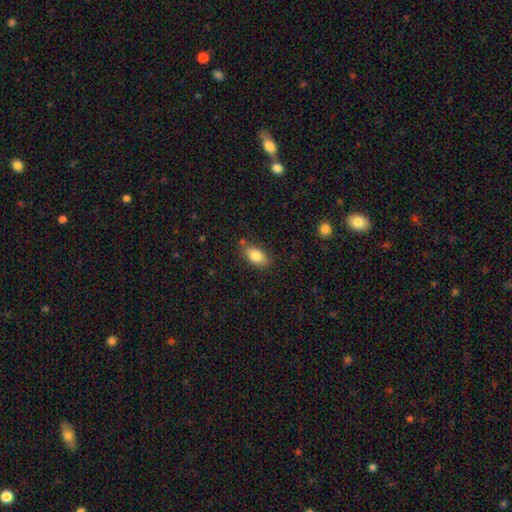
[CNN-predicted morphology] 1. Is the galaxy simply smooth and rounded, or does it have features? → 85% smooth, 8% featured or disk, 7% star or artifact.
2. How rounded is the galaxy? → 90% in between, 6% round, 4% cigar-shaped.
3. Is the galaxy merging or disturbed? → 77% none, 16% minor disturbance, 4% merger, 4% major disturbance.